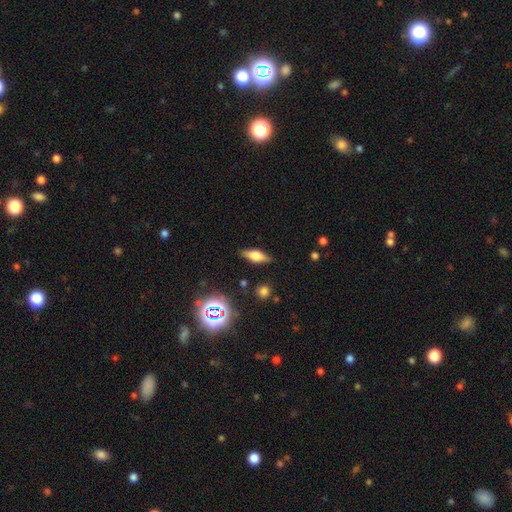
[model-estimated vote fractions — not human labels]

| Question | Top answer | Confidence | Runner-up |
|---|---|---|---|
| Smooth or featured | featured or disk | 46% | smooth (42%) |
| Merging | none | 86% | minor disturbance (10%) |